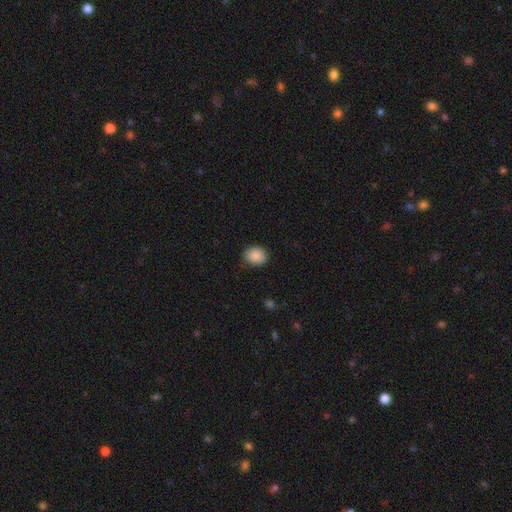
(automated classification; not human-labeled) A smooth galaxy with no disk features (88%) that is round (59%).

Vote fractions:
- Smooth or featured? smooth: 88% / star or artifact: 8% / featured or disk: 4%
- How rounded? round: 59% / in between: 40% / cigar-shaped: 1%
- Merging? none: 83% / minor disturbance: 13% / major disturbance: 3% / merger: 1%